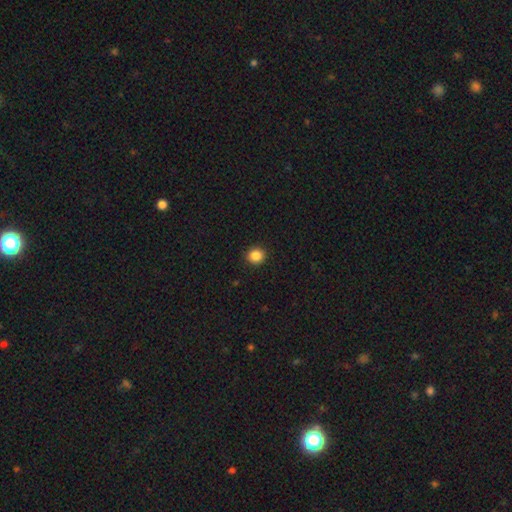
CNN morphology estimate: The model was most divided on "smooth or featured": smooth: 86%, star or artifact: 11%, featured or disk: 4%. More confident: merging — none (93%); how rounded — round (89%).